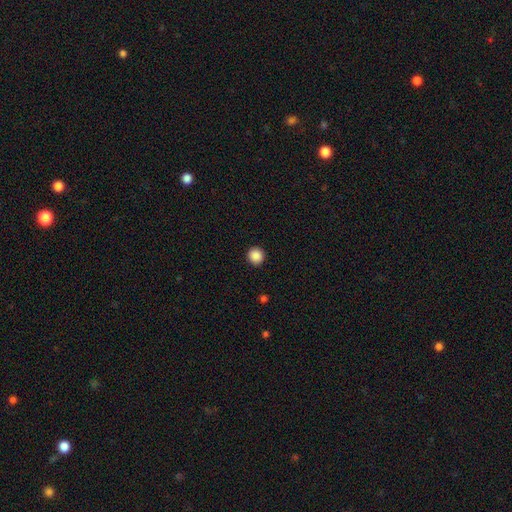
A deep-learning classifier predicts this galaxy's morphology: type=smooth (88%); roundness=round (95%); merging=none (93%).